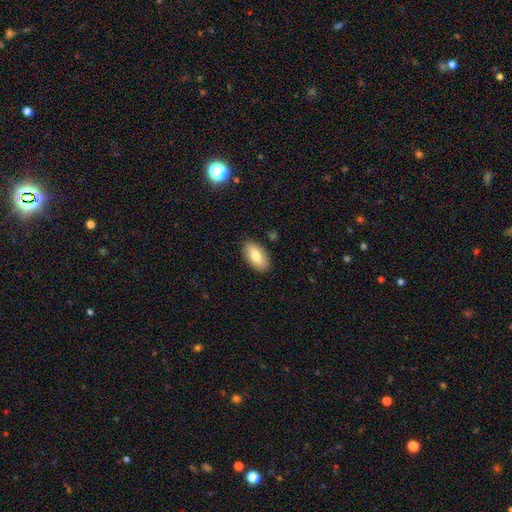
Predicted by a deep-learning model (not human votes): Q: Smooth or featured?
A: smooth (79%); runner-up: featured or disk (15%)
Q: How rounded?
A: in between (93%); runner-up: cigar-shaped (4%)
Q: Merging?
A: none (86%); runner-up: minor disturbance (10%)